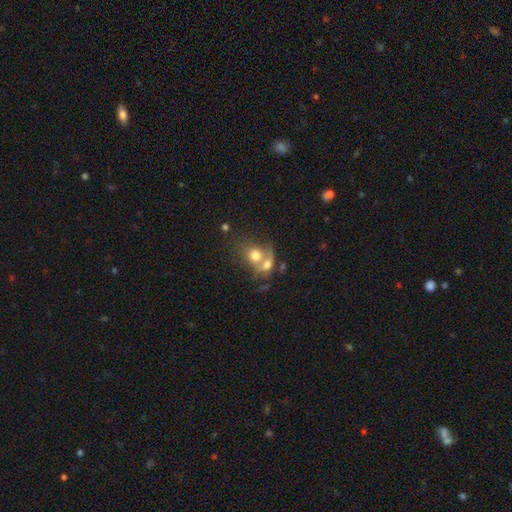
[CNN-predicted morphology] Smooth or featured: smooth — 68% (featured or disk — 22%)
How rounded: round — 57% (in between — 42%)
Merging: merger — 68% (none — 17%)